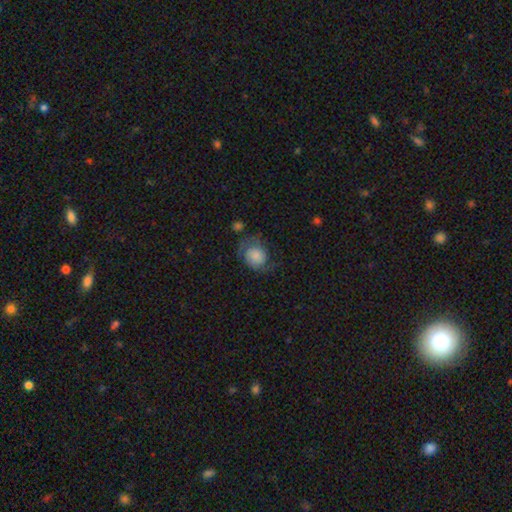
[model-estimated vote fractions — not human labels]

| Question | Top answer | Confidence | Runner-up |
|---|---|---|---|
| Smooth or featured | smooth | 63% | featured or disk (29%) |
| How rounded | round | 64% | in between (35%) |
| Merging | none | 51% | minor disturbance (26%) |